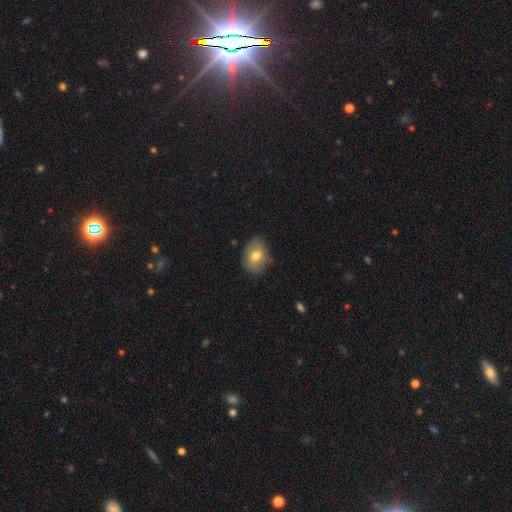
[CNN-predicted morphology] Smooth or featured? smooth (72%)
How rounded? in between (66%)
Merging? none (75%)